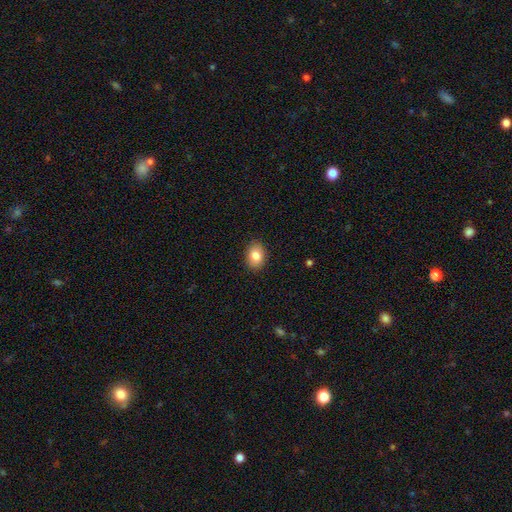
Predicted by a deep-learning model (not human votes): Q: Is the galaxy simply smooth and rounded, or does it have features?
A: smooth — 83%.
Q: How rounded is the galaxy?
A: in between — 76%.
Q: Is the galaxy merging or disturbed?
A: none — 88%.